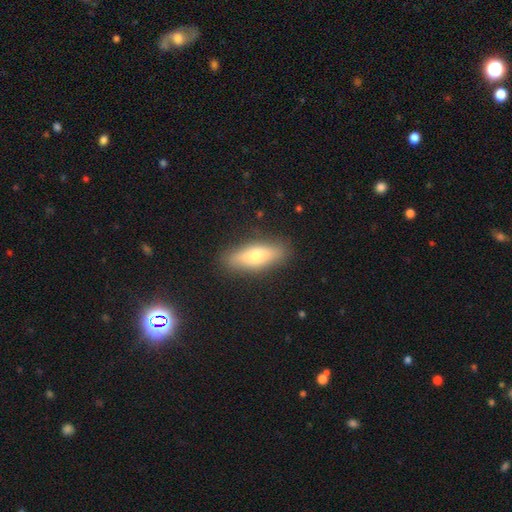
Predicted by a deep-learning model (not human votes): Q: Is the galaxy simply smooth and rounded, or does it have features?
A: smooth — 63%.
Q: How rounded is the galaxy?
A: in between — 54%.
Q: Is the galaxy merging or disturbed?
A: none — 88%.